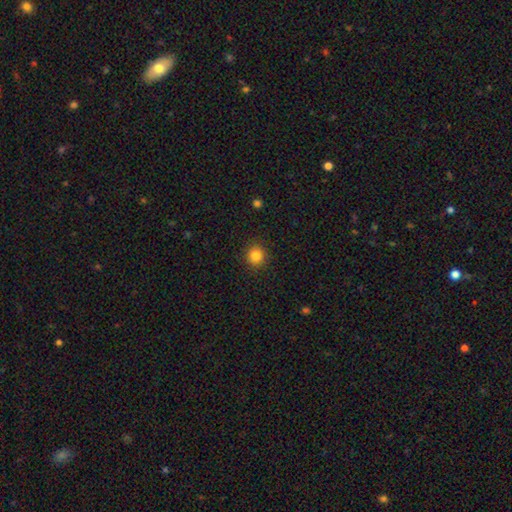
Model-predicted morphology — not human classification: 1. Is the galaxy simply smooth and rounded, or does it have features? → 83% smooth, 12% star or artifact, 5% featured or disk.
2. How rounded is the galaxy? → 92% round, 7% in between, 1% cigar-shaped.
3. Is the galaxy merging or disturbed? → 91% none, 6% minor disturbance, 2% major disturbance, 1% merger.